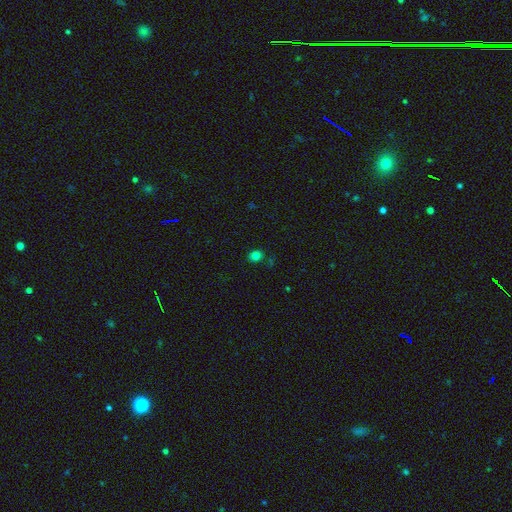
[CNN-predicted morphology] A smooth galaxy with no disk features (79%) that is round (62%).

Vote fractions:
- Smooth or featured? smooth: 79% / star or artifact: 16% / featured or disk: 5%
- How rounded? round: 62% / in between: 37% / cigar-shaped: 1%
- Merging? none: 82% / minor disturbance: 12% / merger: 4% / major disturbance: 3%